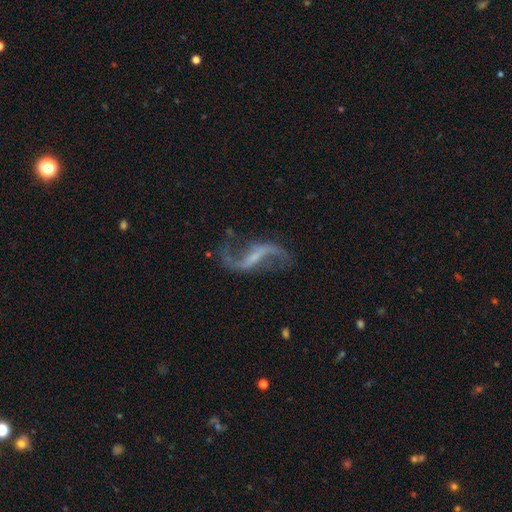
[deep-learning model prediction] Smooth or featured? Predicted: featured or disk (p=0.89). Edge-on disk? Predicted: no (p=0.96). Bar? Predicted: strong (p=0.45). Spiral arms? Predicted: yes (p=0.95). Spiral winding? Predicted: loose (p=0.88). Spiral arm count? Predicted: 2 (p=0.93). Bulge size? Predicted: none (p=0.42). Merging? Predicted: none (p=0.74).